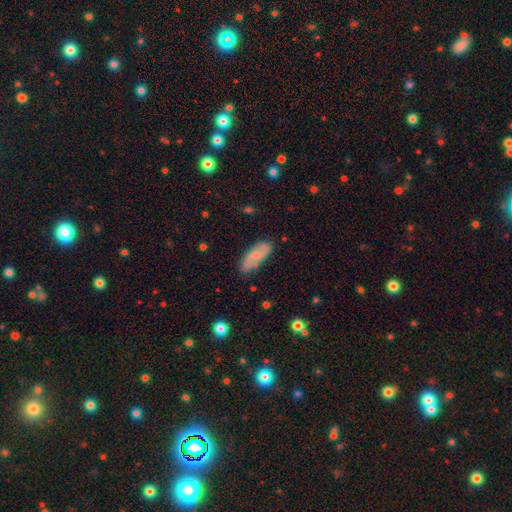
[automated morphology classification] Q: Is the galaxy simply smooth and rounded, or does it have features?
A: smooth — 52%.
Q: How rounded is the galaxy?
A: in between — 71%.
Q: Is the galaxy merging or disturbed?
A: none — 72%.